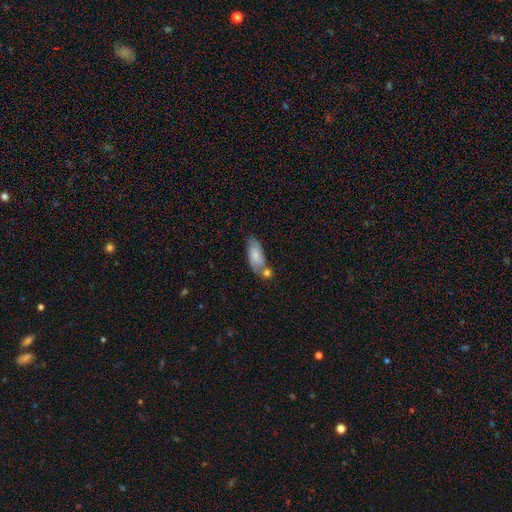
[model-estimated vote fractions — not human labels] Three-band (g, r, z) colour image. It shows a smooth galaxy with no disk features (67%) that is in between round and cigar-shaped (82%). Merging: none (43%).